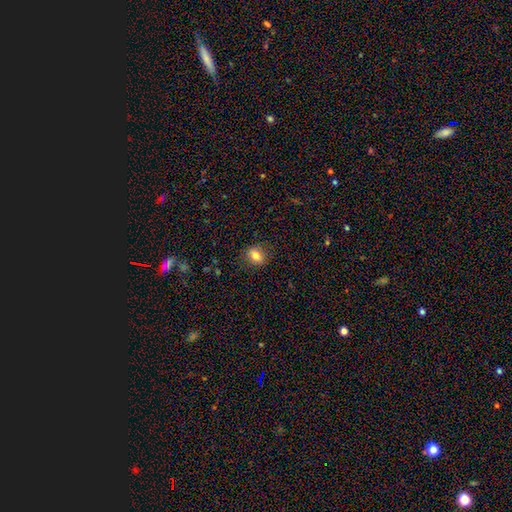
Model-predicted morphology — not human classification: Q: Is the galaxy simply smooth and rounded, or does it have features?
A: smooth — 77%.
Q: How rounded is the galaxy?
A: in between — 54%.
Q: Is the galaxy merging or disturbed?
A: none — 85%.